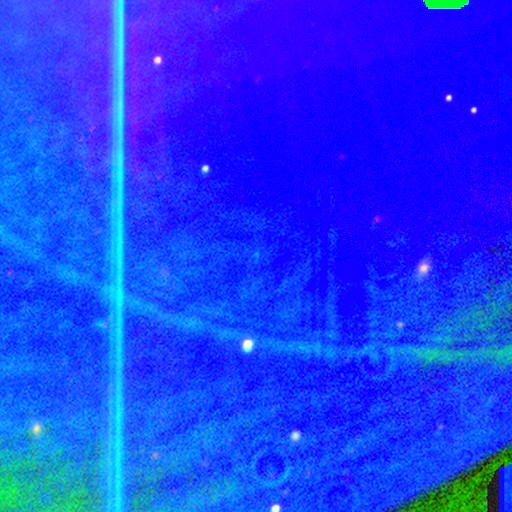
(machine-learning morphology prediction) A star or artifact, not a galaxy (88%).

Vote fractions:
- Smooth or featured? star or artifact: 88% / featured or disk: 6% / smooth: 6%